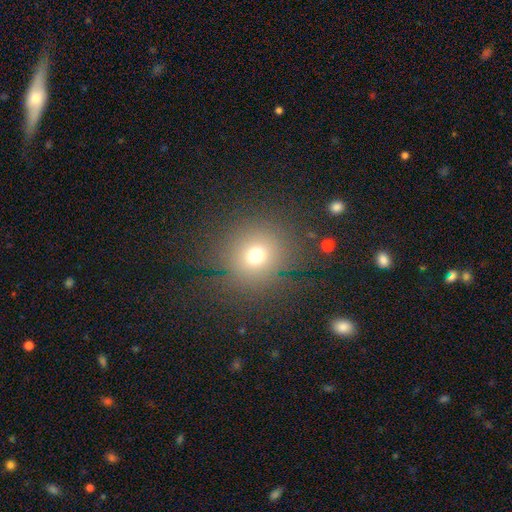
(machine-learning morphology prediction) Smooth or featured: smooth — 69% (star or artifact — 19%)
How rounded: round — 89% (in between — 10%)
Merging: none — 77% (minor disturbance — 11%)